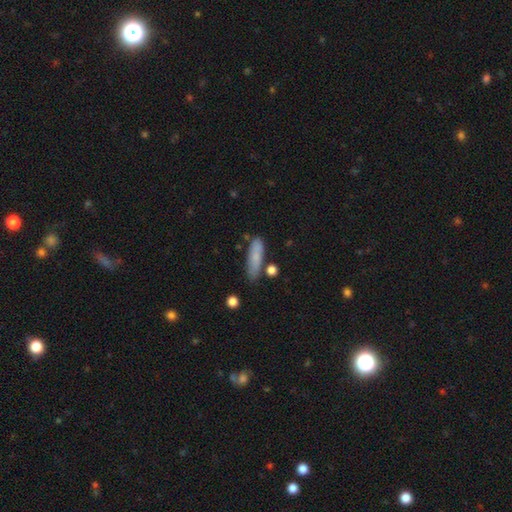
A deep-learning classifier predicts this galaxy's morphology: A smooth galaxy with no disk features (80%) that is cigar-shaped (62%).

Vote fractions:
- Smooth or featured? smooth: 80% / featured or disk: 13% / star or artifact: 7%
- How rounded? cigar-shaped: 62% / in between: 36% / round: 2%
- Merging? none: 73% / minor disturbance: 17% / merger: 6% / major disturbance: 4%